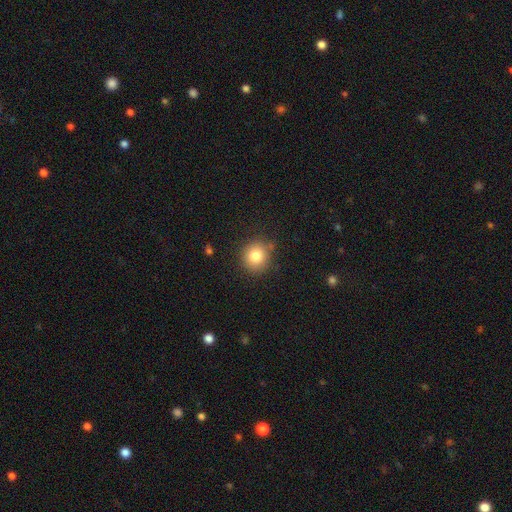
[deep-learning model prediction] Smooth or featured: smooth — 81% (star or artifact — 11%)
How rounded: round — 87% (in between — 12%)
Merging: none — 83% (minor disturbance — 11%)